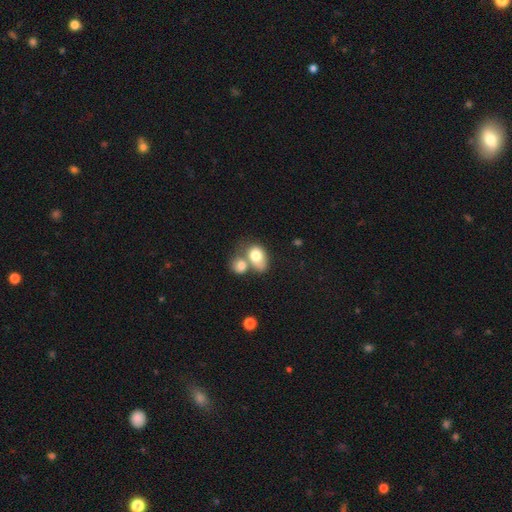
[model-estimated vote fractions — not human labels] A smooth galaxy with no disk features (76%) that is in between round and cigar-shaped (73%). Merging: merger (61%).